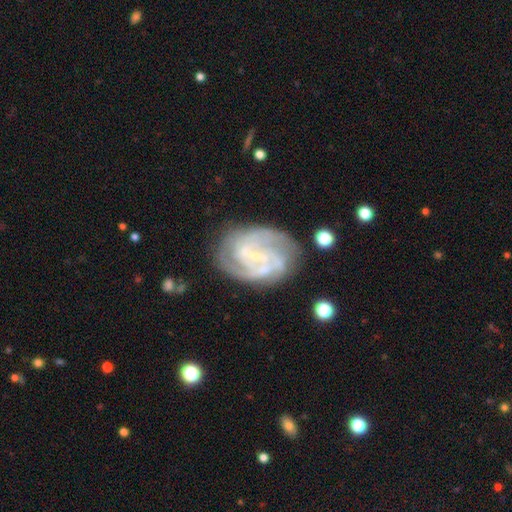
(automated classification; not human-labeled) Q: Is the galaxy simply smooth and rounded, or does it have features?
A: featured or disk — 85%.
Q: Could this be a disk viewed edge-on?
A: no — 97%.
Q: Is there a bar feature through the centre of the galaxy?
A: no — 46%.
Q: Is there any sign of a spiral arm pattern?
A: yes — 95%.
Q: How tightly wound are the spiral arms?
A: tight — 54%.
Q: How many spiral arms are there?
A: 2 — 35%.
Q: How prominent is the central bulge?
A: small — 78%.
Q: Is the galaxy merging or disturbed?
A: none — 70%.